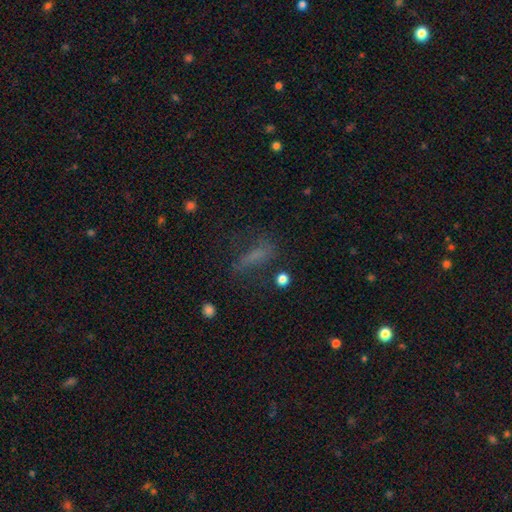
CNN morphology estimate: This appears to be a smooth galaxy with no disk features (53%) that is cigar-shaped (50%). Merging: none (54%).